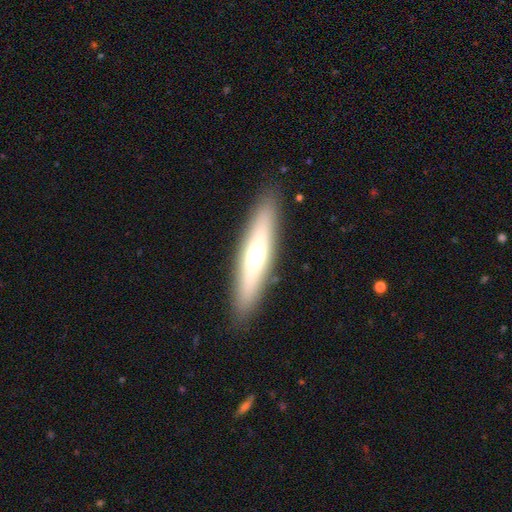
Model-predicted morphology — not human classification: A smooth galaxy with no disk features (48%).

Vote fractions:
- Smooth or featured? smooth: 48% / featured or disk: 45% / star or artifact: 7%
- Merging? none: 90% / minor disturbance: 7% / major disturbance: 2% / merger: 1%